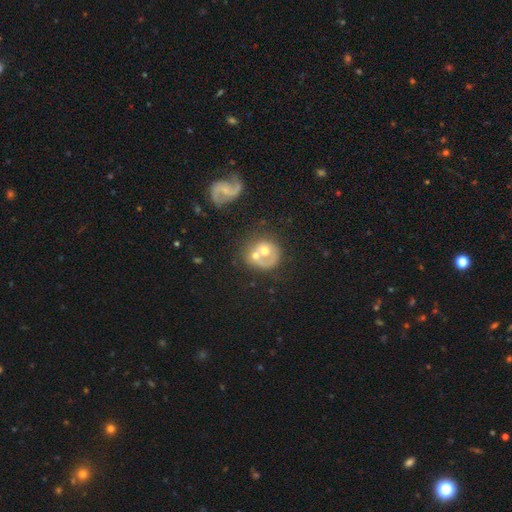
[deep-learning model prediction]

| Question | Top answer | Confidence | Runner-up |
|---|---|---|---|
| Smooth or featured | featured or disk | 46% | smooth (45%) |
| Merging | merger | 54% | none (27%) |